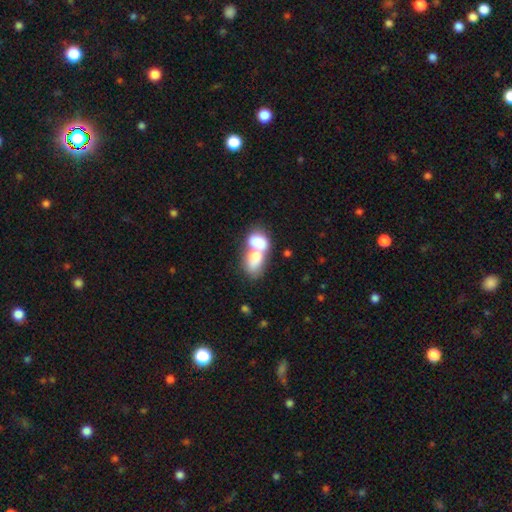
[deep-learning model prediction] A smooth galaxy with no disk features (70%) that is in between round and cigar-shaped (83%). Merging: merger (78%).